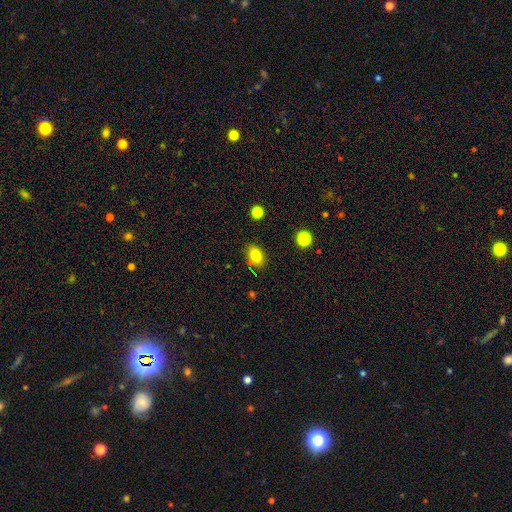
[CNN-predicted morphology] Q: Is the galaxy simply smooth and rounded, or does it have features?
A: smooth — 81%.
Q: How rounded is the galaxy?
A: in between — 76%.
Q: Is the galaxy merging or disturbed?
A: none — 80%.